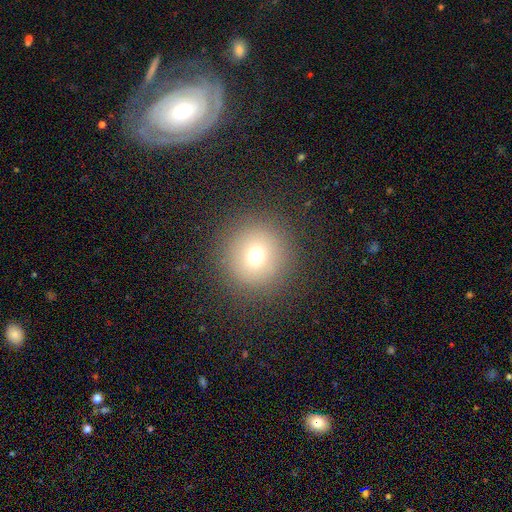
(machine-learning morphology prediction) smooth_or_featured: smooth (p=0.71) [alt: star or artifact p=0.16]
how_rounded: round (p=0.94) [alt: in between p=0.05]
merging: none (p=0.89) [alt: minor disturbance p=0.06]